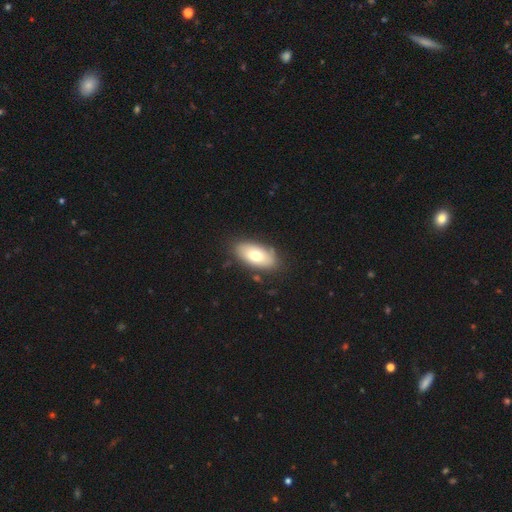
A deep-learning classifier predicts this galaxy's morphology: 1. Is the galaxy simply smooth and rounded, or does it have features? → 69% smooth, 24% featured or disk, 7% star or artifact.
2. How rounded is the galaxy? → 92% in between, 4% cigar-shaped, 4% round.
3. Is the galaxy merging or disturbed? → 81% none, 13% minor disturbance, 3% major disturbance, 2% merger.